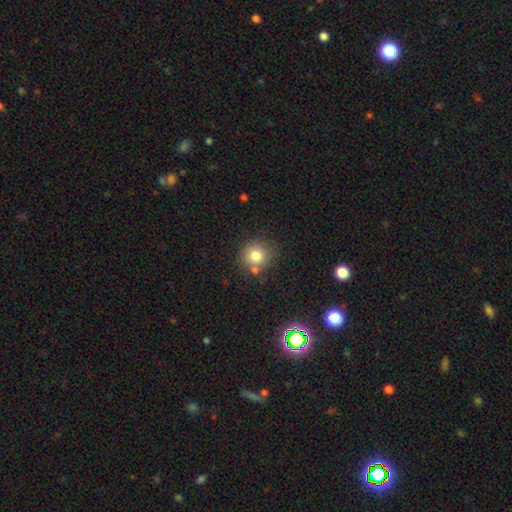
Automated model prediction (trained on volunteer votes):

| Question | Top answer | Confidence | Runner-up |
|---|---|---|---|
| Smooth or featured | smooth | 79% | star or artifact (11%) |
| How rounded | round | 87% | in between (12%) |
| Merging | none | 69% | merger (15%) |